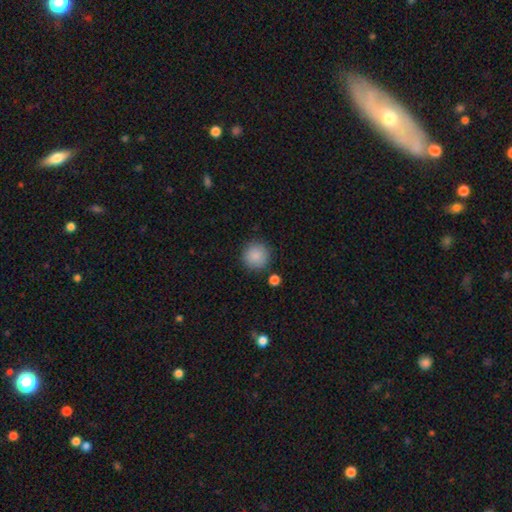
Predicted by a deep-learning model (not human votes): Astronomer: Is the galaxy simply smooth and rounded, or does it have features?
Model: smooth — 88%.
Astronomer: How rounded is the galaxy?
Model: round — 95%.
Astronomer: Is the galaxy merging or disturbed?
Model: none — 86%.